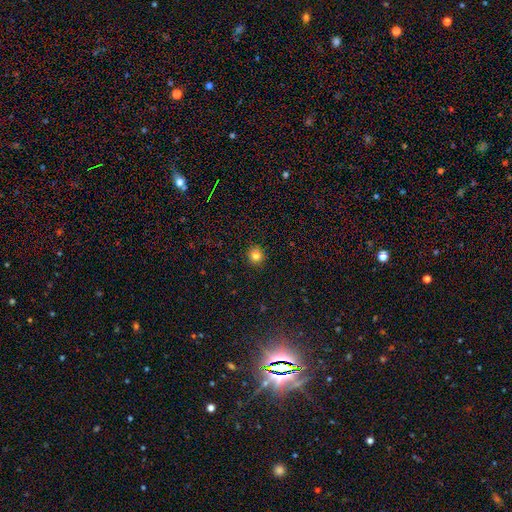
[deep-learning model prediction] Q: Smooth or featured?
A: smooth (83%); runner-up: star or artifact (12%)
Q: How rounded?
A: round (92%); runner-up: in between (7%)
Q: Merging?
A: none (92%); runner-up: minor disturbance (5%)